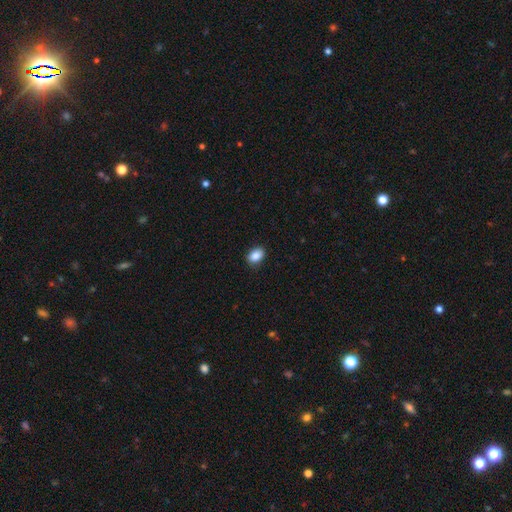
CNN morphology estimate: smooth 88%, star or artifact 8%, featured or disk 4%. Down the decision tree: how rounded — in between (78%); merging — none (88%).